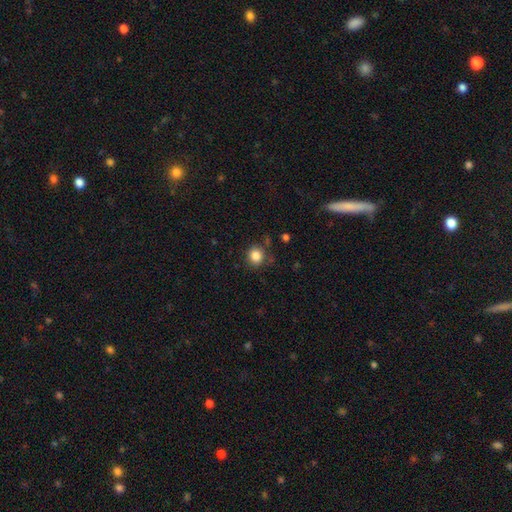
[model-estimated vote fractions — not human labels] Smooth or featured?
  - smooth: 85% *
  - star or artifact: 11%
  - featured or disk: 4%
How rounded?
  - round: 83% *
  - in between: 16%
  - cigar-shaped: 1%
Merging?
  - none: 81% *
  - minor disturbance: 12%
  - major disturbance: 4%
  - merger: 3%